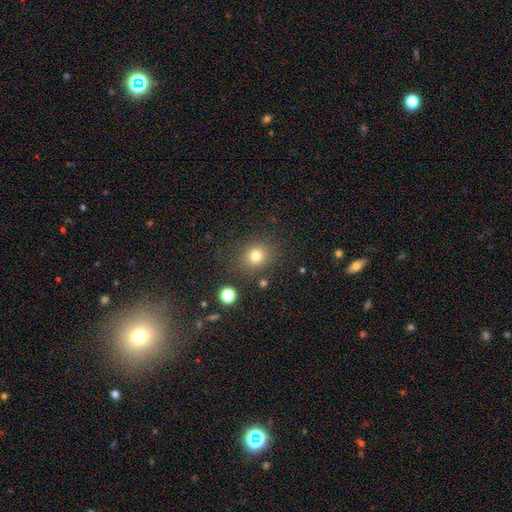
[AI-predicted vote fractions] smooth-or-featured: smooth: 77% | star or artifact: 15% | featured or disk: 7%
  how-rounded: round: 80% | in between: 20% | cigar-shaped: 1%
  merging: none: 83% | minor disturbance: 10% | major disturbance: 4% | merger: 3%